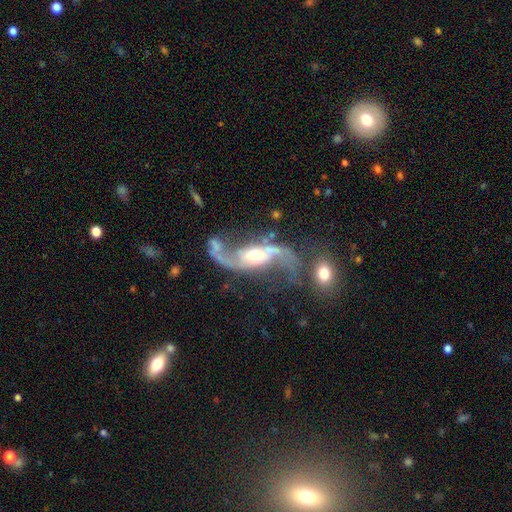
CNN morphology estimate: featured or disk 90%, star or artifact 5%, smooth 5%. Down the decision tree: edge-on disk — no (95%); bar — weak (37%); spiral arms — yes (96%); spiral arm count — 2 (93%); spiral winding — loose (78%); bulge size — moderate (64%); merging — none (48%).